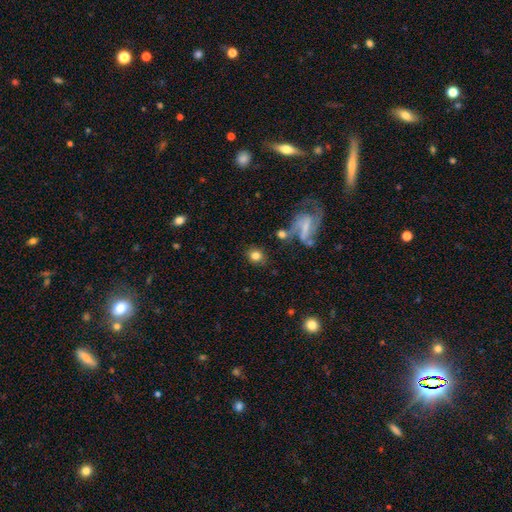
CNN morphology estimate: smooth_or_featured: smooth (p=0.78) [alt: featured or disk p=0.11]
how_rounded: round (p=0.67) [alt: in between p=0.31]
merging: none (p=0.75) [alt: minor disturbance p=0.12]